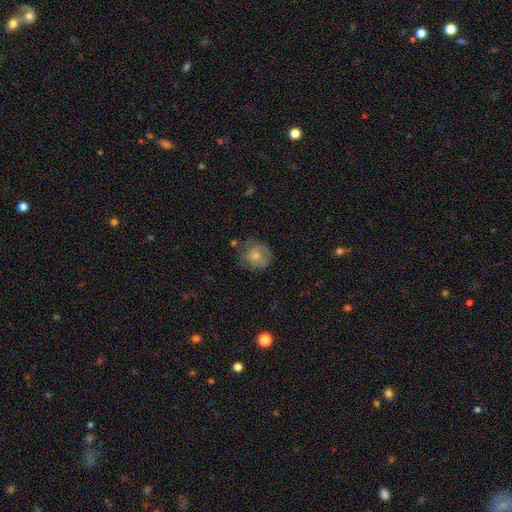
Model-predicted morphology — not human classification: A smooth galaxy with no disk features (61%) that is round (76%). Merging: none (56%).